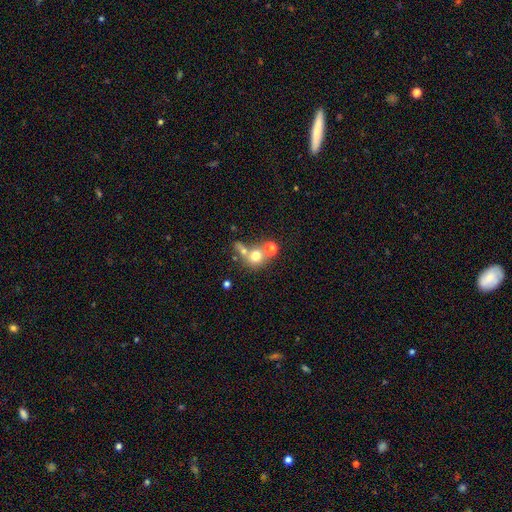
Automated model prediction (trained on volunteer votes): This appears to be a smooth galaxy with no disk features (68%) that is round (81%). Merging: merger (43%).